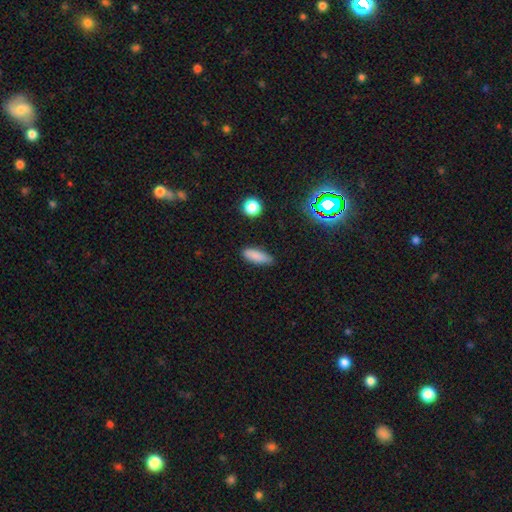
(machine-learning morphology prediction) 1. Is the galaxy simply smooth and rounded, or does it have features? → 85% smooth, 9% star or artifact, 6% featured or disk.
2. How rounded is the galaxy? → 59% in between, 38% cigar-shaped, 3% round.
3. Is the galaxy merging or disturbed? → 78% none, 17% minor disturbance, 3% major disturbance, 2% merger.